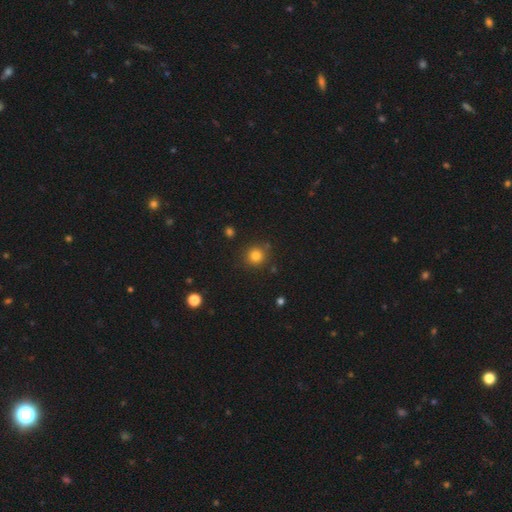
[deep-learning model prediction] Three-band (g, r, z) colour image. It shows a smooth galaxy with no disk features (81%) that is round (92%). Merging: none (85%).